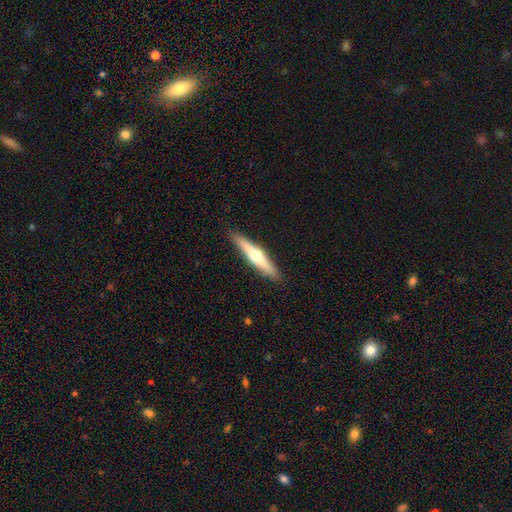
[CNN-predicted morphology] This is possibly a featured or disk galaxy (57%). It is clearly viewed edge-on (96%). Edge-on bulge: clearly rounded (90%). Merging: clearly none (90%).